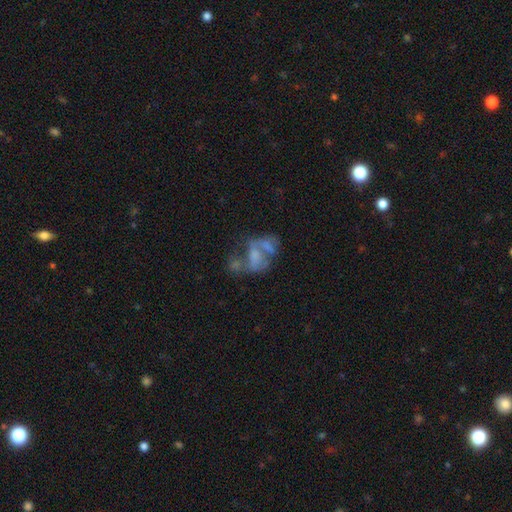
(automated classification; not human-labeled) featured or disk 53%, smooth 33%, star or artifact 14%. Down the decision tree: edge-on disk — no (97%); bar — no (71%); spiral arms — no (74%); bulge size — none (48%); merging — merger (49%).